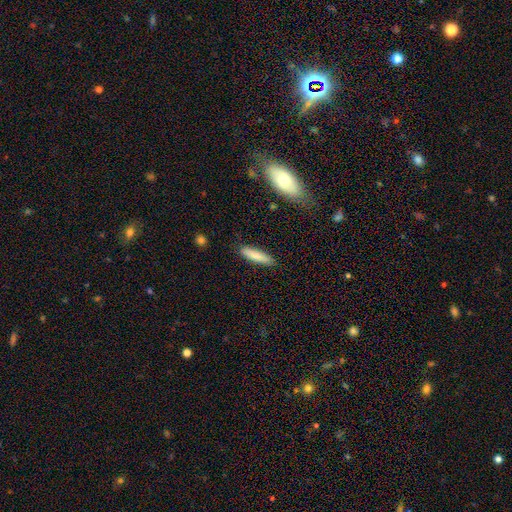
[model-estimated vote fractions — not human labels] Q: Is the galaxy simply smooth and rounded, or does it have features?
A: smooth — 82%.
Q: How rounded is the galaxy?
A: cigar-shaped — 76%.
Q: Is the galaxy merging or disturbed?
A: none — 85%.